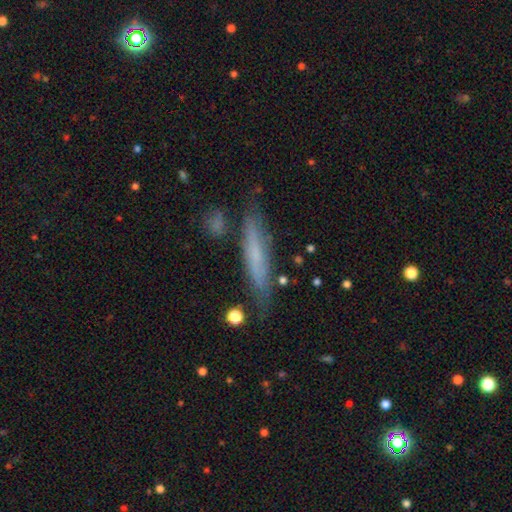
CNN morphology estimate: Q: Smooth or featured?
A: smooth (50%); runner-up: featured or disk (42%)
Q: Merging?
A: none (77%); runner-up: minor disturbance (15%)